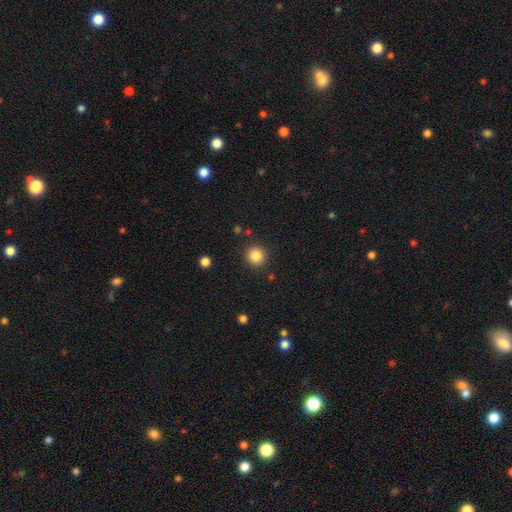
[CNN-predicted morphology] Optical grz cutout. It shows a smooth galaxy with no disk features (84%) that is round (91%). Merging: none (89%).